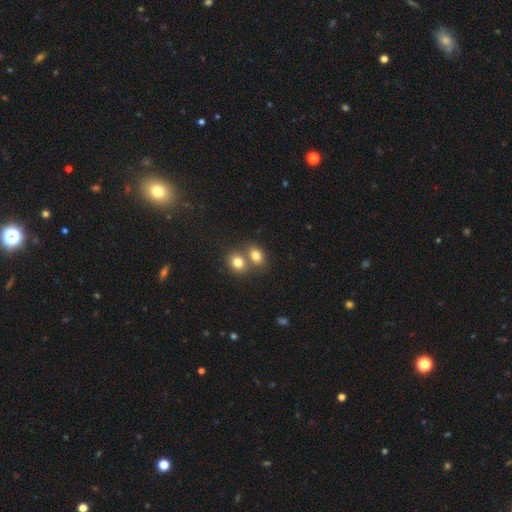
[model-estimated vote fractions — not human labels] A smooth galaxy with no disk features (79%) that is in between round and cigar-shaped (55%).

Vote fractions:
- Smooth or featured? smooth: 79% / star or artifact: 11% / featured or disk: 10%
- How rounded? in between: 55% / round: 44% / cigar-shaped: 1%
- Merging? merger: 51% / none: 38% / minor disturbance: 8% / major disturbance: 3%